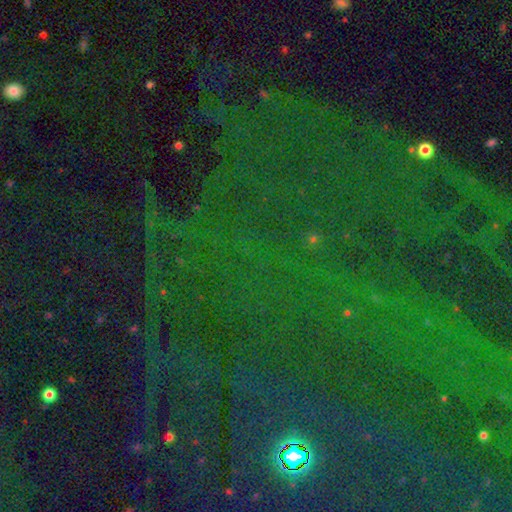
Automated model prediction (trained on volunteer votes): Smooth or featured? Predicted: star or artifact (p=0.82).